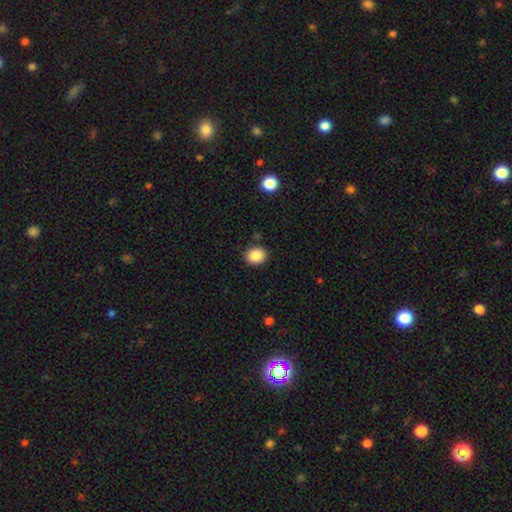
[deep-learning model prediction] smooth_or_featured: smooth (p=0.86) [alt: star or artifact p=0.09]
how_rounded: round (p=0.64) [alt: in between p=0.35]
merging: none (p=0.88) [alt: minor disturbance p=0.08]